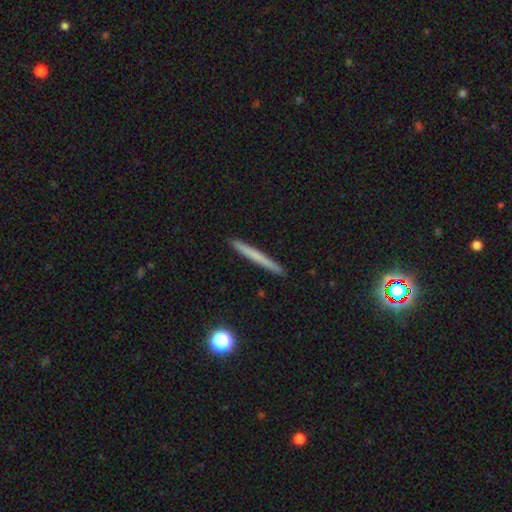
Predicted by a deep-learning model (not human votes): Smooth or featured: smooth — 61% (featured or disk — 32%)
How rounded: cigar-shaped — 97% (in between — 2%)
Merging: none — 93% (minor disturbance — 5%)